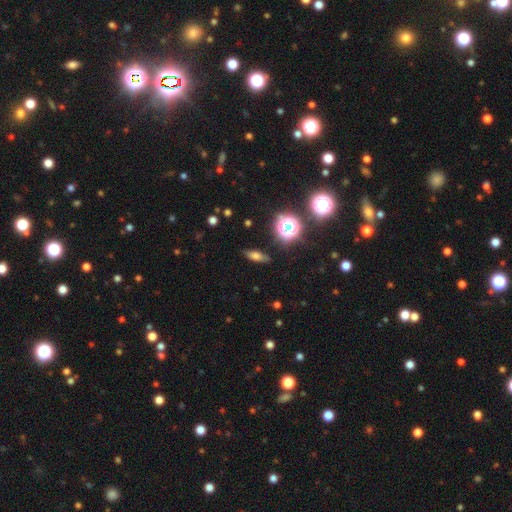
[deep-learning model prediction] Smooth or featured: smooth — 60% (featured or disk — 22%)
How rounded: in between — 52% (cigar-shaped — 36%)
Merging: none — 81% (minor disturbance — 13%)